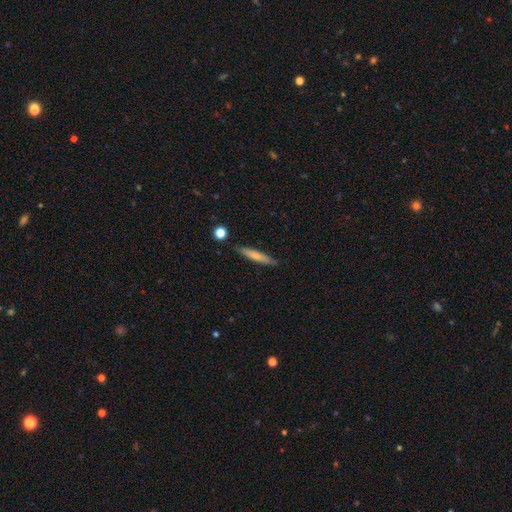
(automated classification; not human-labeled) smooth_or_featured: smooth (p=0.69) [alt: featured or disk p=0.24]
how_rounded: cigar-shaped (p=0.92) [alt: in between p=0.07]
merging: none (p=0.86) [alt: minor disturbance p=0.10]